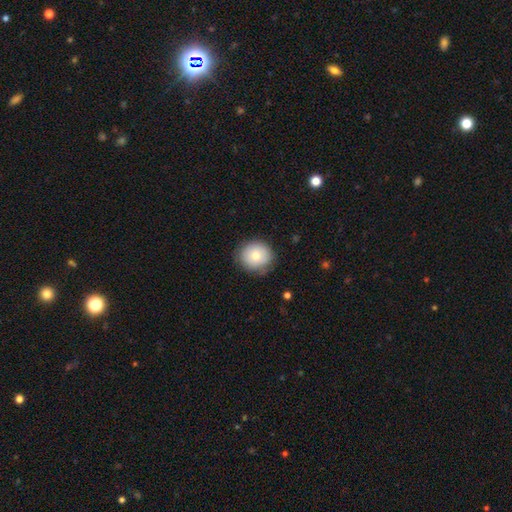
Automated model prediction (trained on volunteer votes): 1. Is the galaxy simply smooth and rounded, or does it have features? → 76% smooth, 16% featured or disk, 9% star or artifact.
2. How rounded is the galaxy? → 86% round, 13% in between, 1% cigar-shaped.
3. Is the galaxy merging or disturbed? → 82% none, 14% minor disturbance, 3% major disturbance, 1% merger.